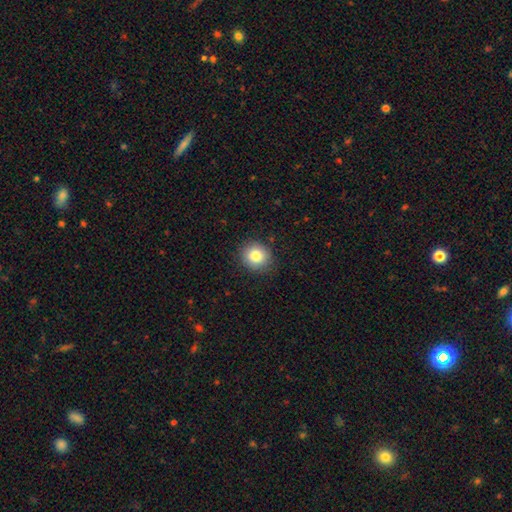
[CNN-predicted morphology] Q: Smooth or featured?
A: smooth (83%); runner-up: star or artifact (10%)
Q: How rounded?
A: round (86%); runner-up: in between (13%)
Q: Merging?
A: none (88%); runner-up: minor disturbance (9%)